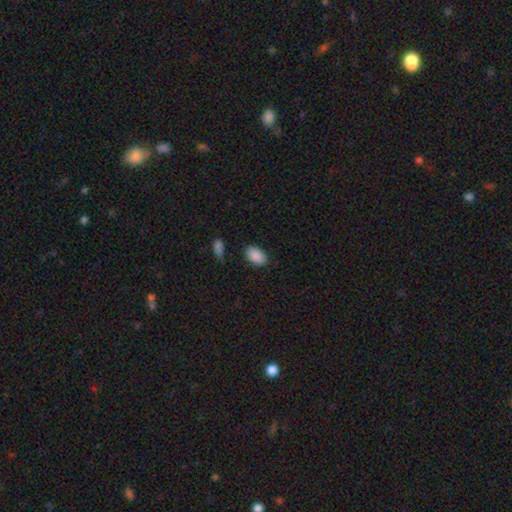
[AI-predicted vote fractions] Morphology: type=smooth (88%); roundness=in between (92%); merging=none (81%).